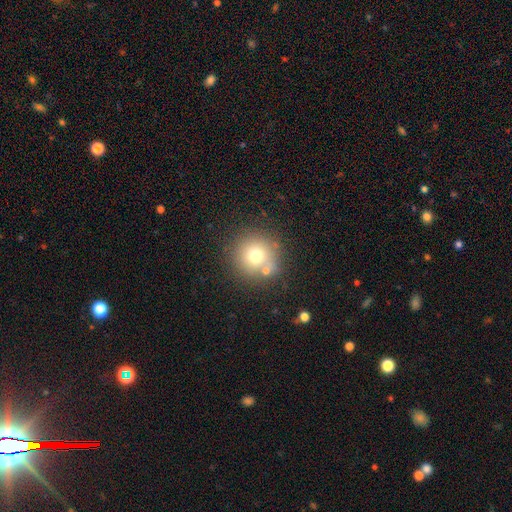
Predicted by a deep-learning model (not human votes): This appears to be a smooth galaxy with no disk features (71%) that is round (94%). Merging: none (75%).